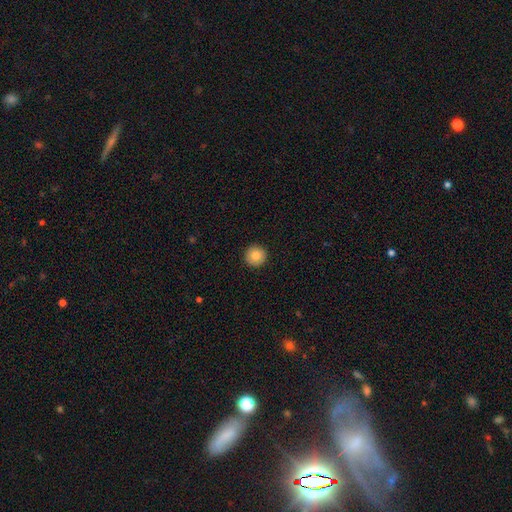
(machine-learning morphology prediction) Overall: smooth (85%). How rounded: round (96%). Merging: none (93%).